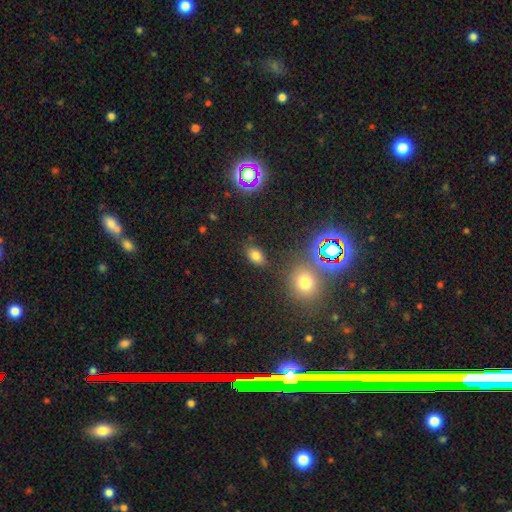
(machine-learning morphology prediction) type=smooth (73%); roundness=in between (82%); merging=none (82%).